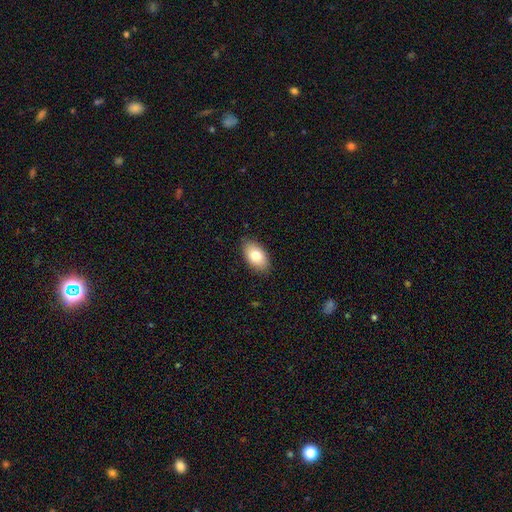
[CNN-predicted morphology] This is likely a smooth galaxy (79%). How rounded: clearly in between (92%). Merging: clearly none (86%).